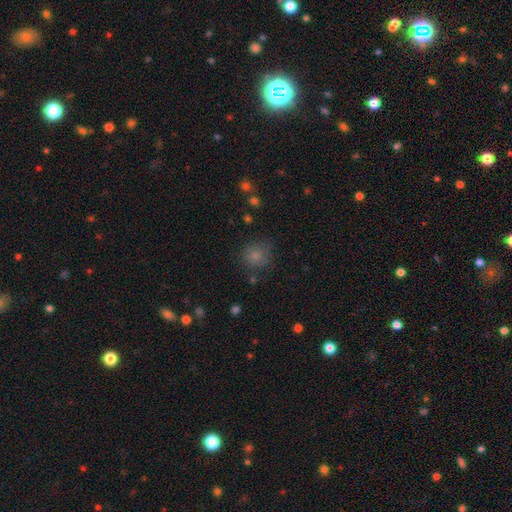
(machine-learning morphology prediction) The model was most divided on "merging": none: 76%, minor disturbance: 15%, major disturbance: 6%, merger: 3%. More confident: how rounded — round (87%); smooth or featured — smooth (80%).